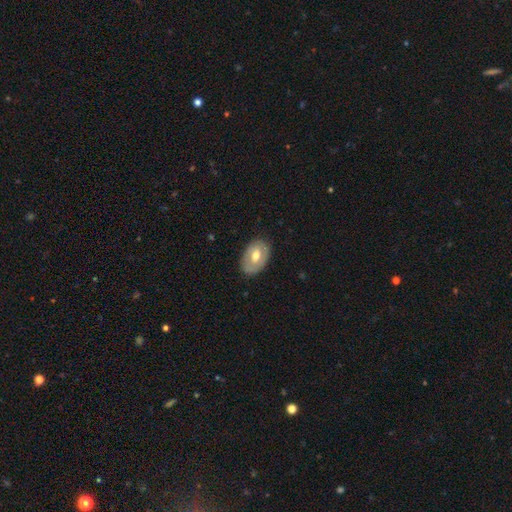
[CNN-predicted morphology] smooth 51%, featured or disk 43%, star or artifact 6%. Down the decision tree: how rounded — in between (87%); merging — none (81%).